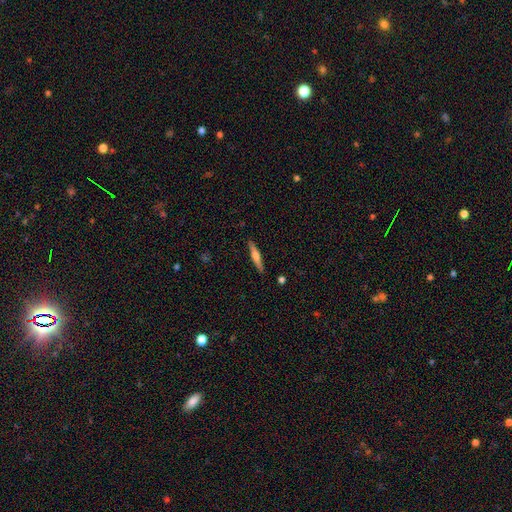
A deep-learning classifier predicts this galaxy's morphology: smooth_or_featured: featured or disk (p=0.48) [alt: smooth p=0.46]
merging: none (p=0.90) [alt: minor disturbance p=0.07]